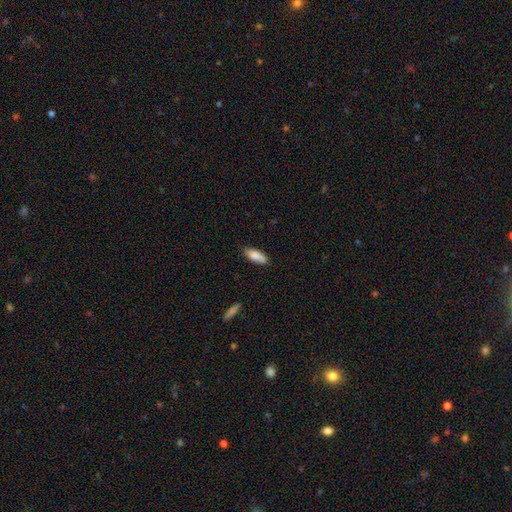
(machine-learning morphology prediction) type=smooth (86%); roundness=in between (73%); merging=none (80%).